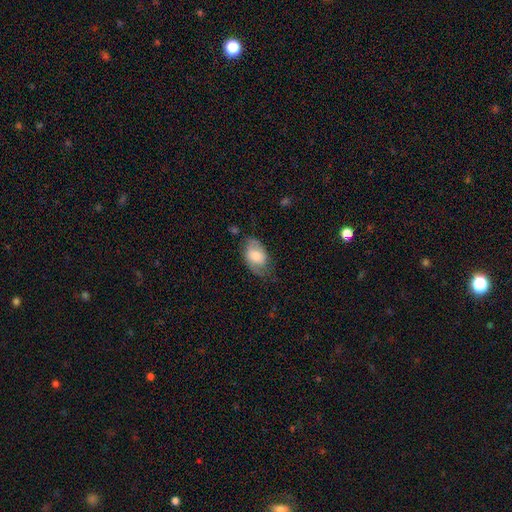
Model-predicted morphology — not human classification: The model was most divided on "smooth or featured": smooth: 58%, featured or disk: 36%, star or artifact: 7%. More confident: how rounded — in between (88%); merging — none (57%).